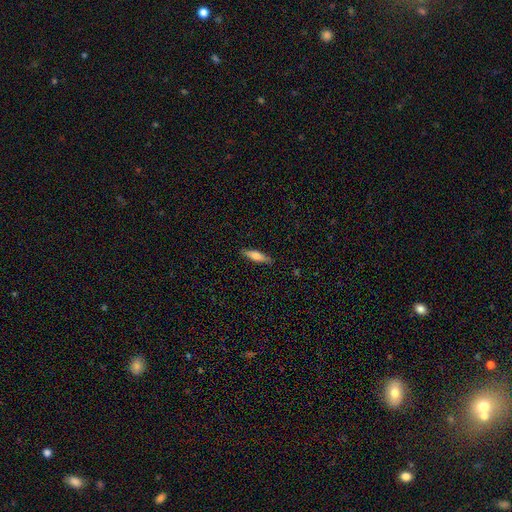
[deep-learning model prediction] smooth-or-featured: smooth: 70% | featured or disk: 24% | star or artifact: 6%
  how-rounded: cigar-shaped: 68% | in between: 30% | round: 2%
  merging: none: 86% | minor disturbance: 11% | major disturbance: 2% | merger: 1%